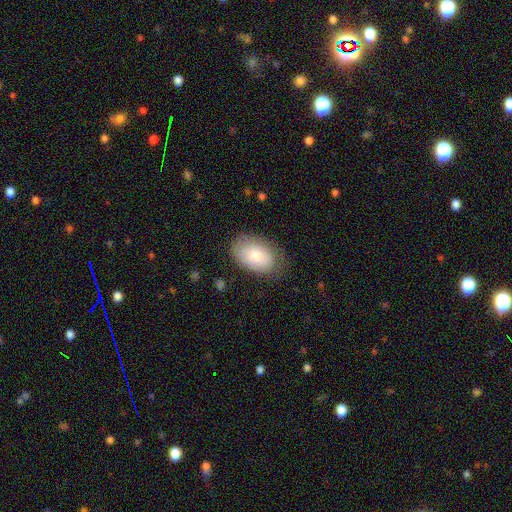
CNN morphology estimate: Overall: smooth (76%). How rounded: in between (88%). Merging: none (73%).